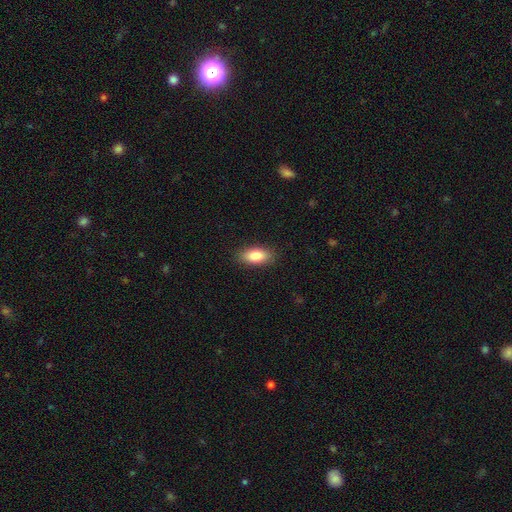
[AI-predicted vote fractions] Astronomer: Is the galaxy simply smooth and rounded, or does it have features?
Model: smooth — 84%.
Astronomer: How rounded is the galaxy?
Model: in between — 87%.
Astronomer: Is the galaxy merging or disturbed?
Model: none — 88%.